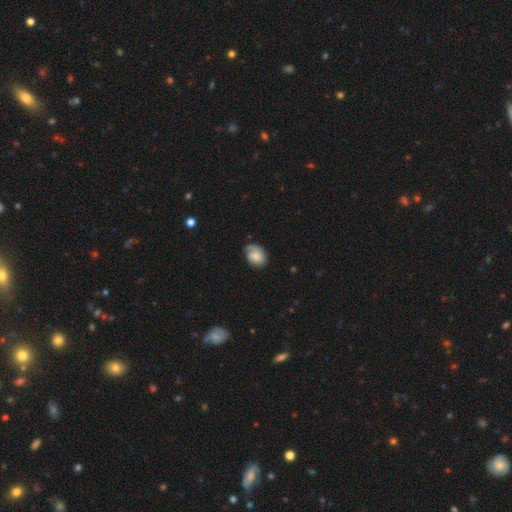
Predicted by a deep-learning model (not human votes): Morphology: type=smooth (65%); roundness=in between (67%); merging=none (59%).